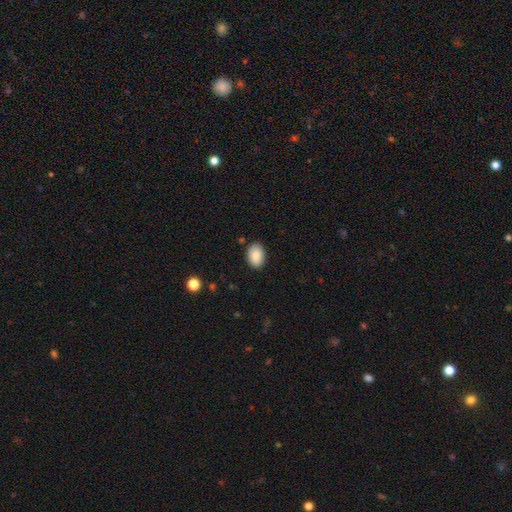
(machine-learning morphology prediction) Smooth or featured? Predicted: smooth (p=0.87). How rounded? Predicted: in between (p=0.87). Merging? Predicted: none (p=0.87).